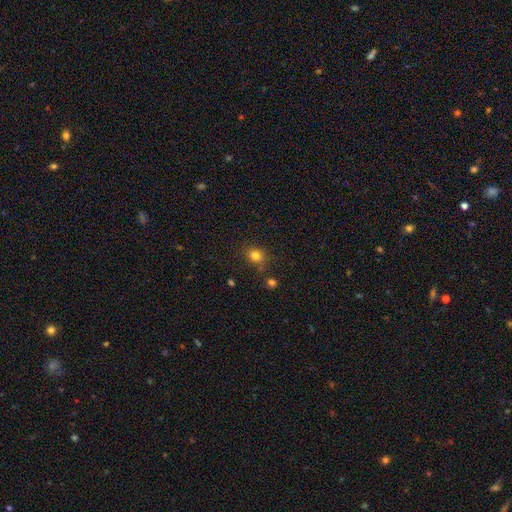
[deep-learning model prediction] Q: Smooth or featured?
A: smooth (80%); runner-up: star or artifact (14%)
Q: How rounded?
A: round (71%); runner-up: in between (28%)
Q: Merging?
A: none (79%); runner-up: minor disturbance (12%)